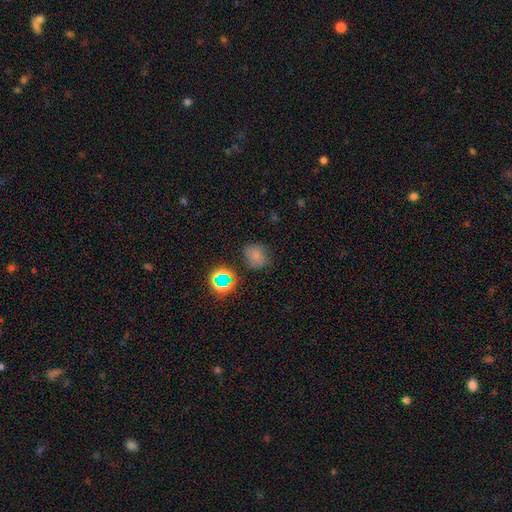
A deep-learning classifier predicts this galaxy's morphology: Smooth or featured?
  - smooth: 73% *
  - star or artifact: 21%
  - featured or disk: 6%
How rounded?
  - round: 72% *
  - in between: 27%
  - cigar-shaped: 1%
Merging?
  - none: 73% *
  - minor disturbance: 18%
  - major disturbance: 5%
  - merger: 4%